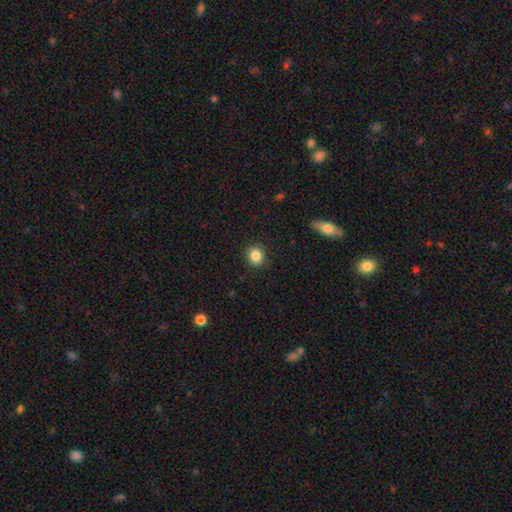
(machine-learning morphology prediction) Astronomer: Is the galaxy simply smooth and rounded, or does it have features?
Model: smooth — 85%.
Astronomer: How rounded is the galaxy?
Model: round — 75%.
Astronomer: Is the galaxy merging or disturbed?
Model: none — 90%.